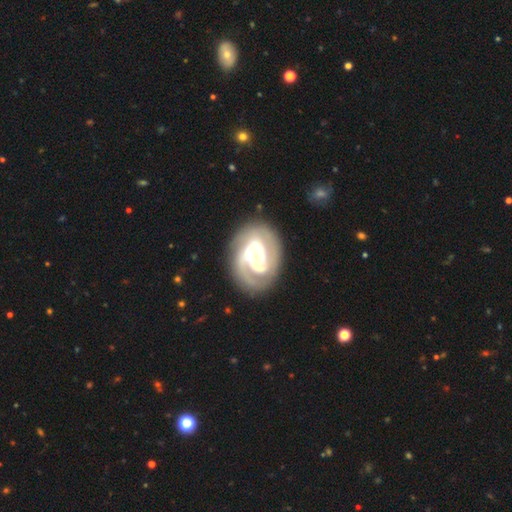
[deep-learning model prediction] featured or disk 87%, smooth 9%, star or artifact 5%. Down the decision tree: edge-on disk — no (97%); bar — no (63%); spiral arms — yes (95%); spiral arm count — 2 (51%); spiral winding — tight (64%); bulge size — small (61%); merging — none (76%).